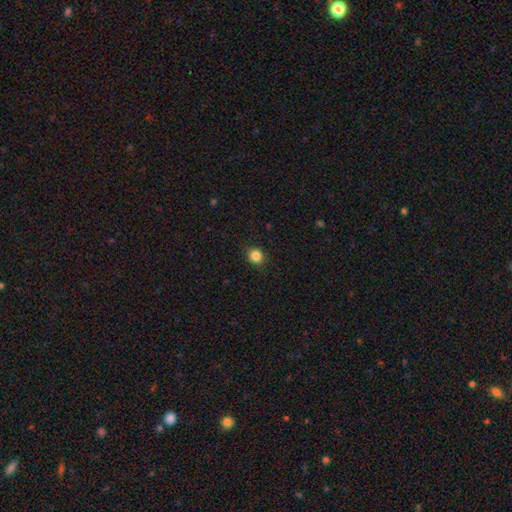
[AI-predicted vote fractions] Smooth or featured? Predicted: smooth (p=0.85). How rounded? Predicted: round (p=0.86). Merging? Predicted: none (p=0.90).